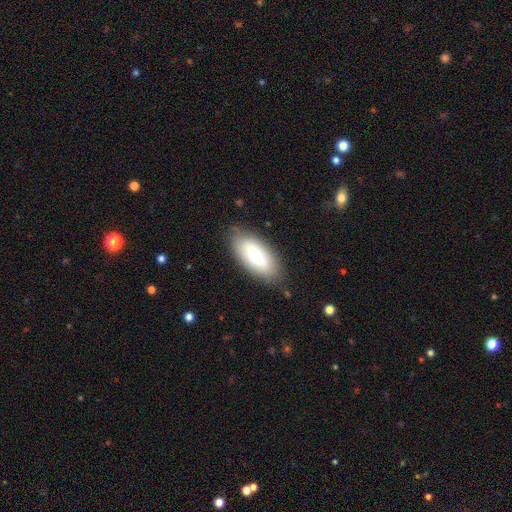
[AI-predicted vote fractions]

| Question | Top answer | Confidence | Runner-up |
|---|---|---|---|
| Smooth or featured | smooth | 65% | featured or disk (29%) |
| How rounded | in between | 74% | cigar-shaped (24%) |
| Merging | none | 78% | minor disturbance (16%) |